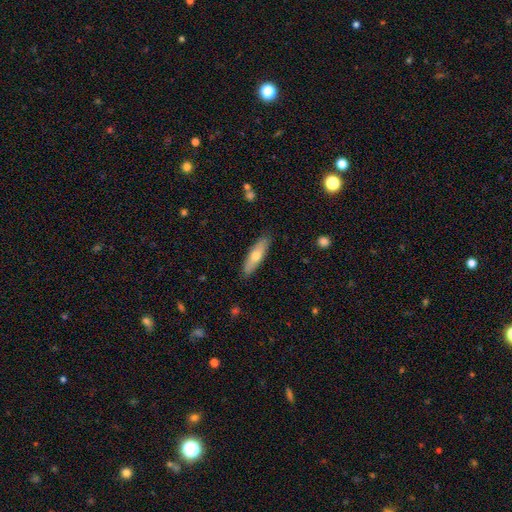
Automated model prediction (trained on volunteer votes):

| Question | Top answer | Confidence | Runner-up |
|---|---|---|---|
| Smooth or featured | smooth | 61% | featured or disk (34%) |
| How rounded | cigar-shaped | 60% | in between (38%) |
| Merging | none | 88% | minor disturbance (9%) |